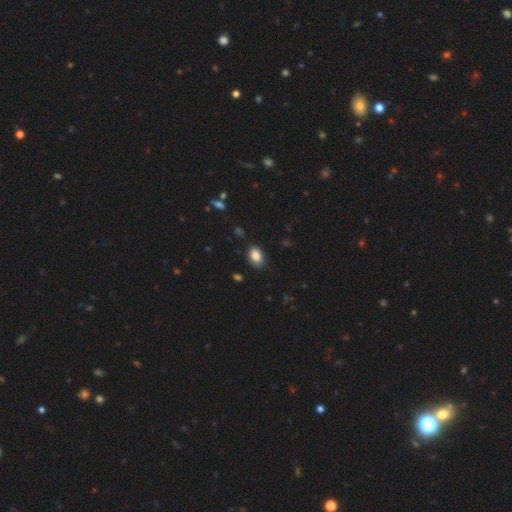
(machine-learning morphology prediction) type=smooth (86%); roundness=in between (83%); merging=none (81%).